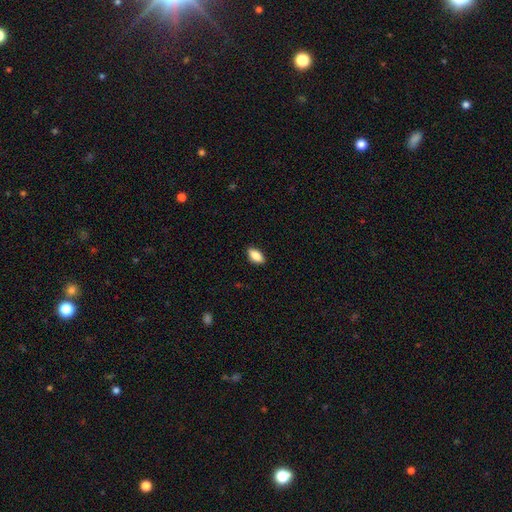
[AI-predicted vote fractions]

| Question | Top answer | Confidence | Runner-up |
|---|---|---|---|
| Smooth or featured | smooth | 86% | featured or disk (7%) |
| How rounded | in between | 88% | cigar-shaped (8%) |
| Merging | none | 88% | minor disturbance (9%) |